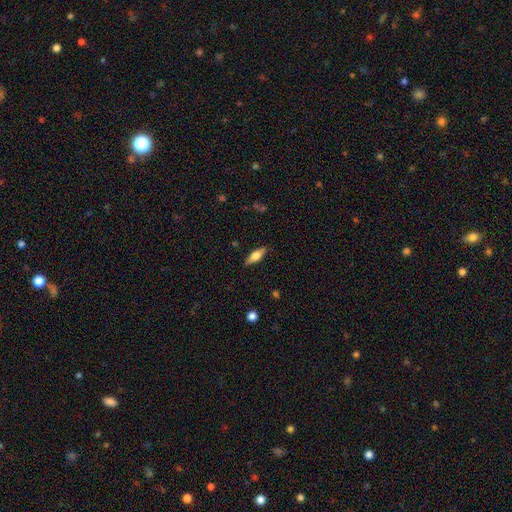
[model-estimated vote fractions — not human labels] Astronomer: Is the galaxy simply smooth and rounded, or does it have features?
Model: smooth — 49% (runner-up: featured or disk, 44%).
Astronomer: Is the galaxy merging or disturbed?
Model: none — 87%.